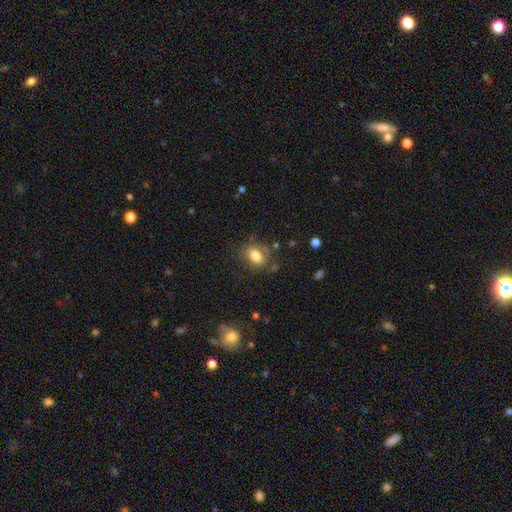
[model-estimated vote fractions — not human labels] This is clearly a smooth galaxy (80%). How rounded: likely in between (79%). Merging: likely none (73%).